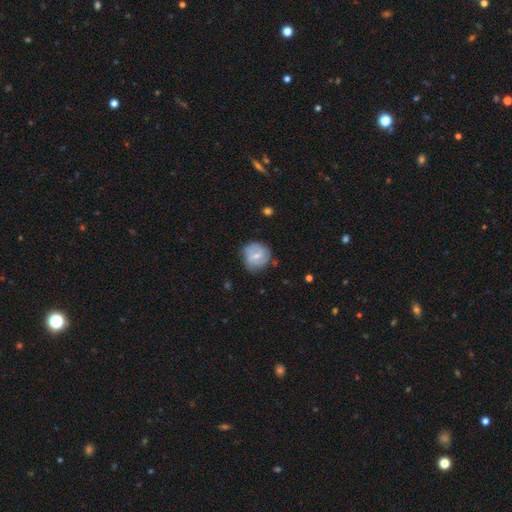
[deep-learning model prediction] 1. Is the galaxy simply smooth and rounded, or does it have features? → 49% featured or disk, 44% smooth, 7% star or artifact.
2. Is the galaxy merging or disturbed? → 64% none, 26% minor disturbance, 8% major disturbance, 2% merger.